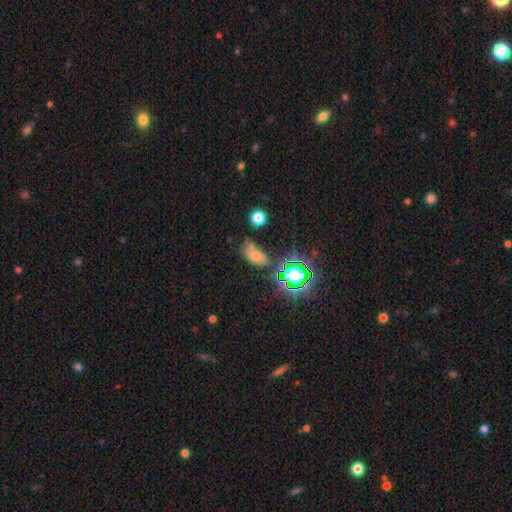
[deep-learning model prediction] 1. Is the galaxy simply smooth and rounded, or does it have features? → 48% smooth, 36% star or artifact, 16% featured or disk.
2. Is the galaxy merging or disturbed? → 56% none, 26% minor disturbance, 11% major disturbance, 7% merger.